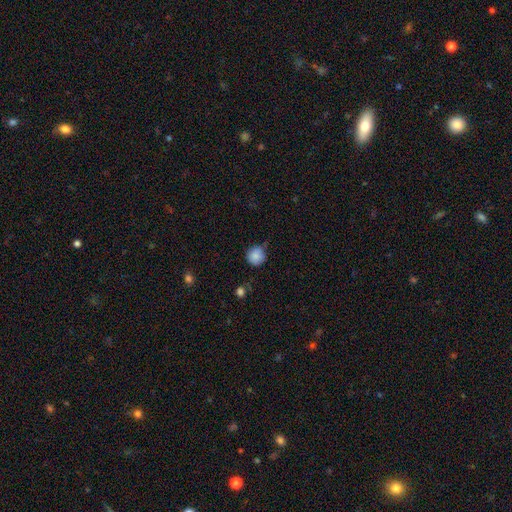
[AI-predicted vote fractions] smooth_or_featured: smooth (p=0.86) [alt: star or artifact p=0.09]
how_rounded: round (p=0.93) [alt: in between p=0.06]
merging: none (p=0.75) [alt: minor disturbance p=0.19]